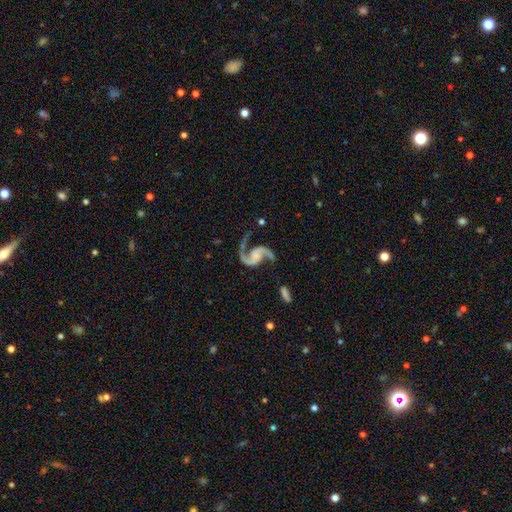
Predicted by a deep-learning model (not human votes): featured or disk 93%, star or artifact 4%, smooth 3%. Down the decision tree: edge-on disk — no (98%); bar — no (58%); spiral arms — yes (98%); spiral arm count — 2 (94%); spiral winding — loose (59%); bulge size — none (52%); merging — none (67%).